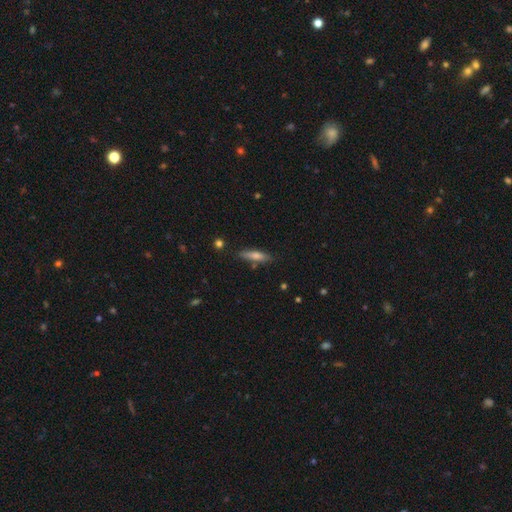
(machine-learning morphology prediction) Smooth or featured: smooth — 64% (featured or disk — 29%)
How rounded: cigar-shaped — 75% (in between — 23%)
Merging: none — 79% (minor disturbance — 14%)